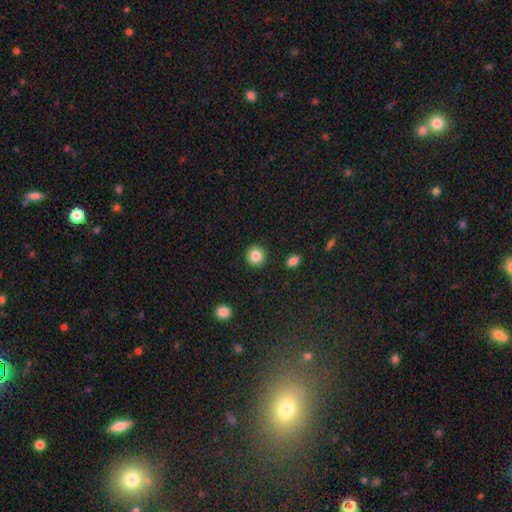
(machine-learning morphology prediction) Smooth or featured?
  - smooth: 85% *
  - star or artifact: 9%
  - featured or disk: 5%
How rounded?
  - round: 91% *
  - in between: 8%
  - cigar-shaped: 1%
Merging?
  - none: 91% *
  - minor disturbance: 5%
  - major disturbance: 2%
  - merger: 2%